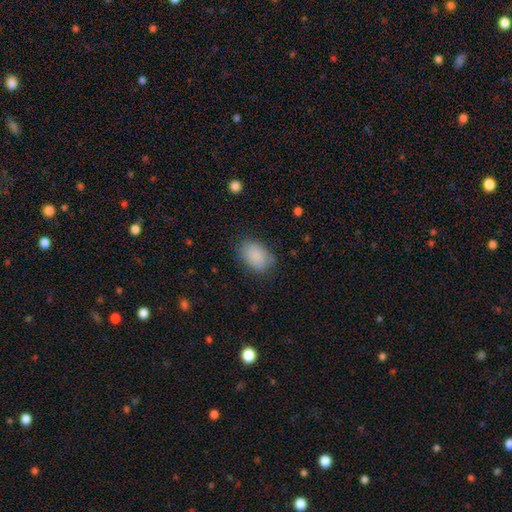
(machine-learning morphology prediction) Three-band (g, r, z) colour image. It shows a smooth galaxy with no disk features (87%) that is in between round and cigar-shaped (82%). Merging: none (78%).